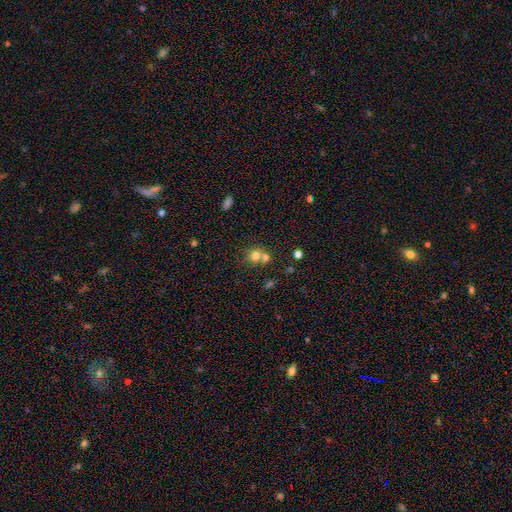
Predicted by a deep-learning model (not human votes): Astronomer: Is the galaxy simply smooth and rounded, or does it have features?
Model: smooth — 73%.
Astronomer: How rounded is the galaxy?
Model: round — 79%.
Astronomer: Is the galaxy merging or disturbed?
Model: merger — 48% (runner-up: none, 41%).